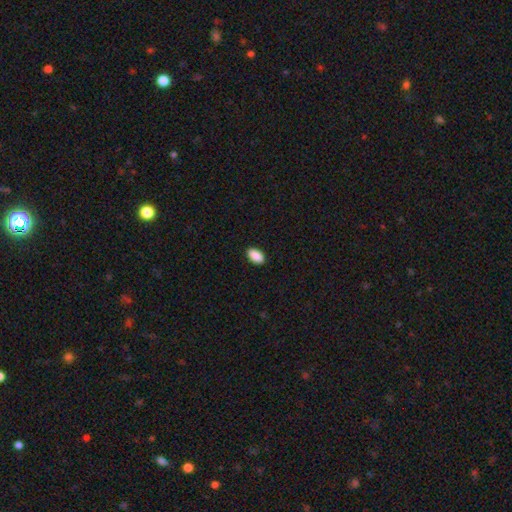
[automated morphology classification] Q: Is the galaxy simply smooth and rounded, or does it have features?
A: smooth — 91%.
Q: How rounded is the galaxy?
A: in between — 94%.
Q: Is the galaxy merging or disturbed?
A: none — 90%.